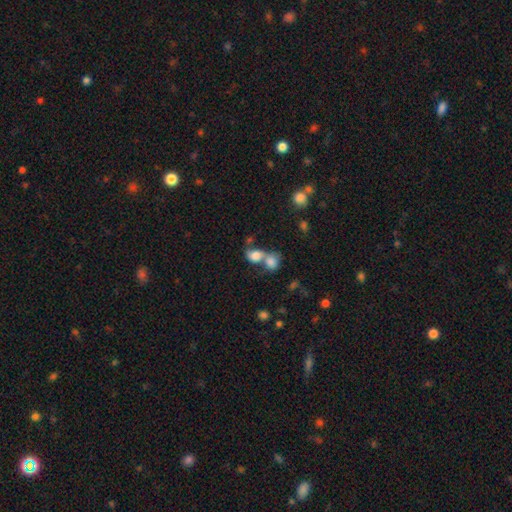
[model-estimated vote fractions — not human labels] Morphology: type=smooth (73%); roundness=in between (58%); merging=merger (68%).